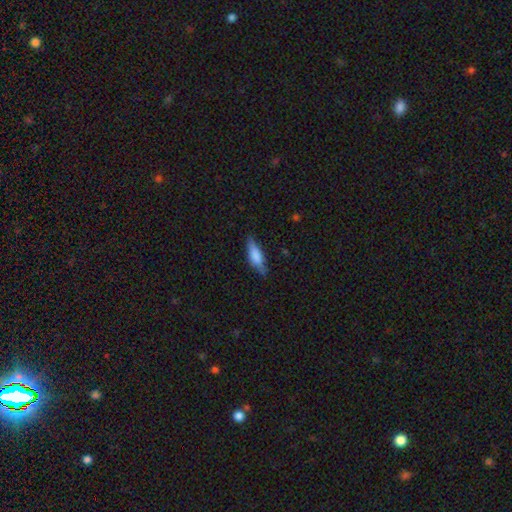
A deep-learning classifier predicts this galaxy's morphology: A smooth galaxy with no disk features (69%) that is in between round and cigar-shaped (52%). Merging: none (71%).